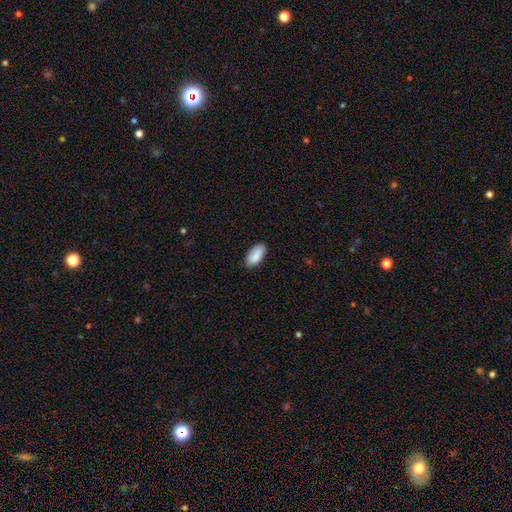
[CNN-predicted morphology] Smooth or featured? Predicted: smooth (p=0.89). How rounded? Predicted: in between (p=0.91). Merging? Predicted: none (p=0.86).